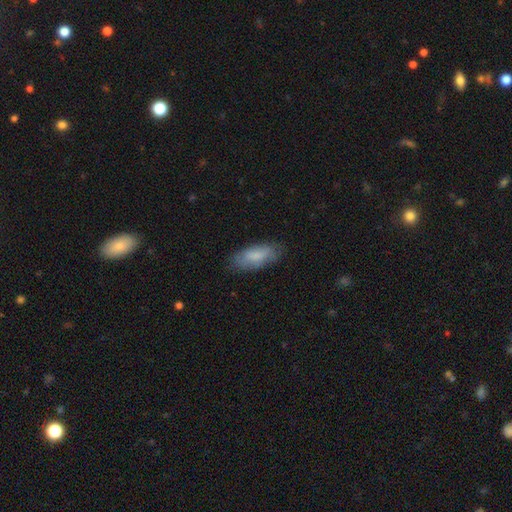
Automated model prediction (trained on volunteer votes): Smooth or featured? smooth (77%)
How rounded? in between (79%)
Merging? none (79%)